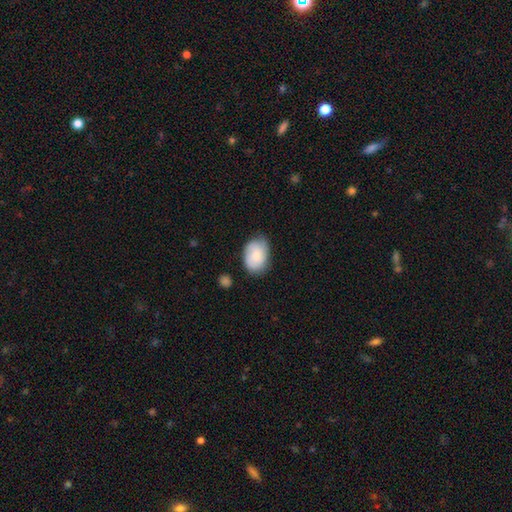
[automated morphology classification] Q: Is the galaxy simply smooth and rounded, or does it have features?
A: smooth — 72%.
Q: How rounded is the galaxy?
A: in between — 77%.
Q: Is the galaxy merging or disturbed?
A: none — 67%.